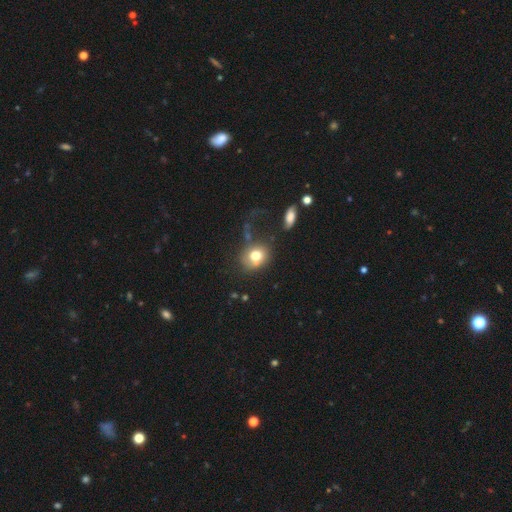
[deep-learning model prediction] smooth_or_featured: smooth (p=0.73) [alt: featured or disk p=0.16]
how_rounded: round (p=0.63) [alt: in between p=0.36]
merging: none (p=0.53) [alt: minor disturbance p=0.21]